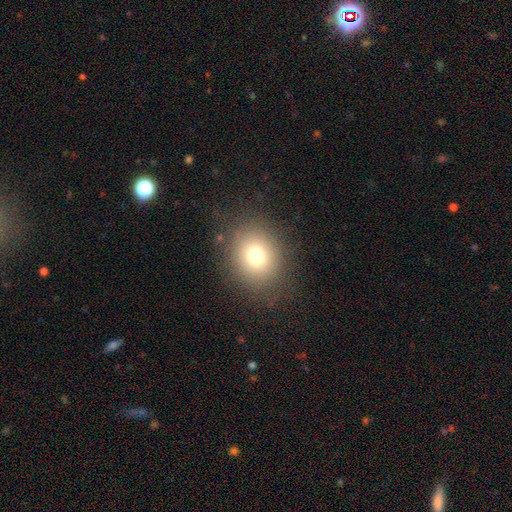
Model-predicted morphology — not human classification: Overall: smooth (74%). How rounded: round (63%; in between 36%). Merging: none (82%).